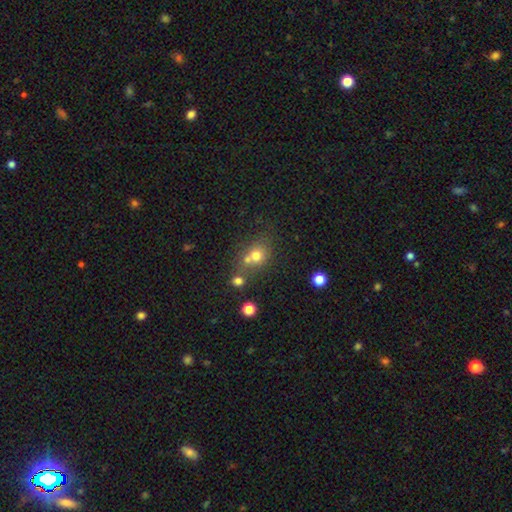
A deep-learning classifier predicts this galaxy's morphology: Smooth or featured? smooth (71%)
How rounded? round (74%)
Merging? none (47%)